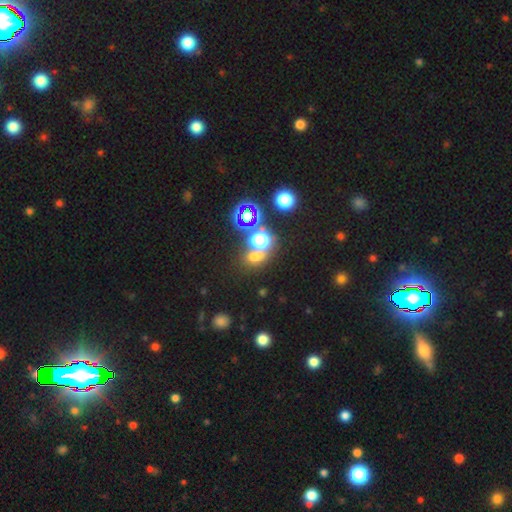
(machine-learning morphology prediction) Overall: smooth (49%; star or artifact 41%). Merging: none (48%; merger 37%).